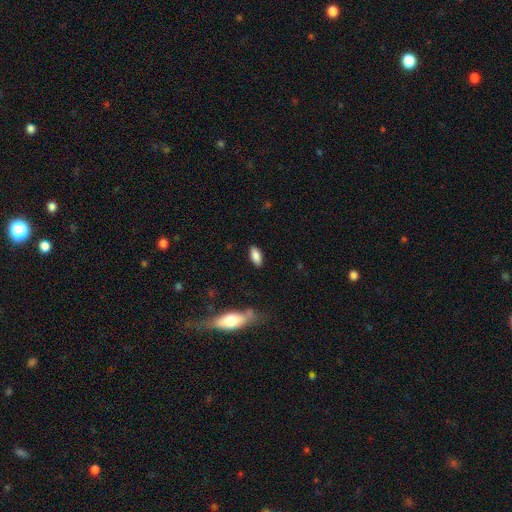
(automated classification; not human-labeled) A smooth galaxy with no disk features (85%) that is in between round and cigar-shaped (85%).

Vote fractions:
- Smooth or featured? smooth: 85% / featured or disk: 8% / star or artifact: 7%
- How rounded? in between: 85% / cigar-shaped: 13% / round: 2%
- Merging? none: 85% / minor disturbance: 10% / major disturbance: 3% / merger: 2%